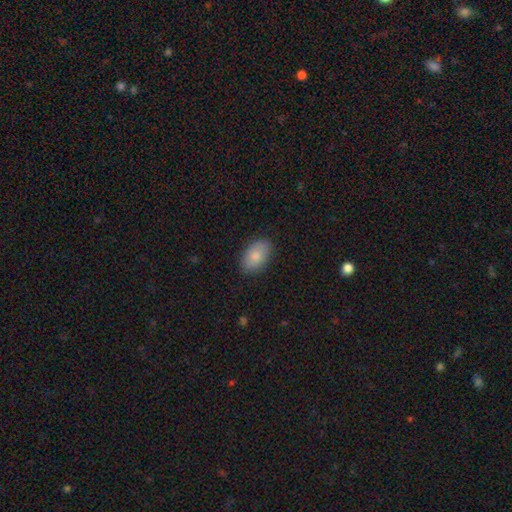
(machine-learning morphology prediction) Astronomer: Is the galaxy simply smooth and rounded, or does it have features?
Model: smooth — 83%.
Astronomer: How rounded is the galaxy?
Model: in between — 92%.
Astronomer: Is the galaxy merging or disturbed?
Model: none — 85%.